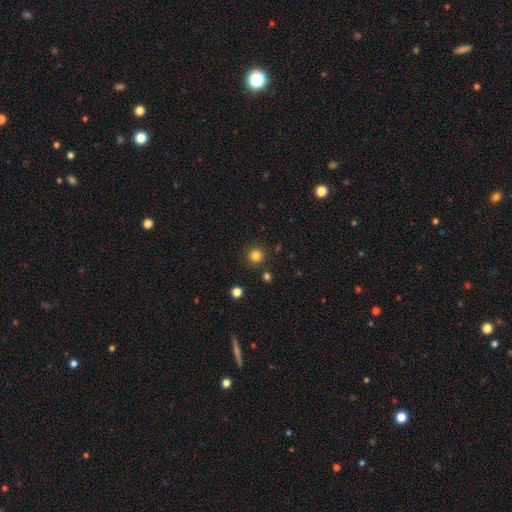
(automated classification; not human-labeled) Overall: smooth (82%). How rounded: round (95%). Merging: none (89%).